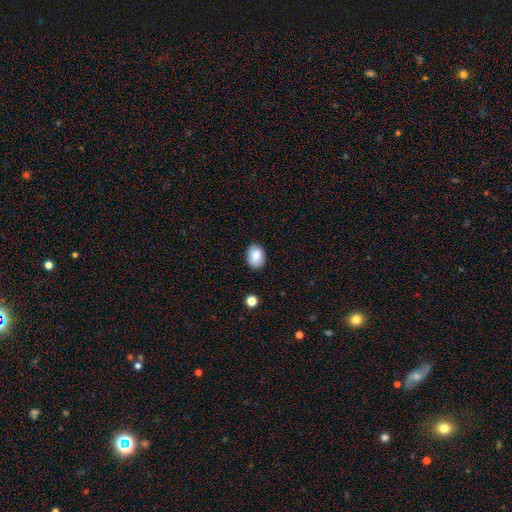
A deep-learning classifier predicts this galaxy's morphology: Q: Smooth or featured?
A: smooth (87%); runner-up: star or artifact (8%)
Q: How rounded?
A: in between (67%); runner-up: round (32%)
Q: Merging?
A: none (84%); runner-up: minor disturbance (12%)